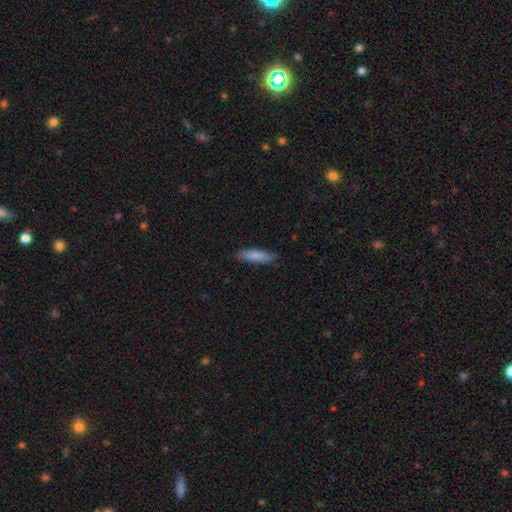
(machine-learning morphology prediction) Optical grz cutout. It shows a smooth galaxy with no disk features (83%) that is cigar-shaped (68%). Merging: none (85%).